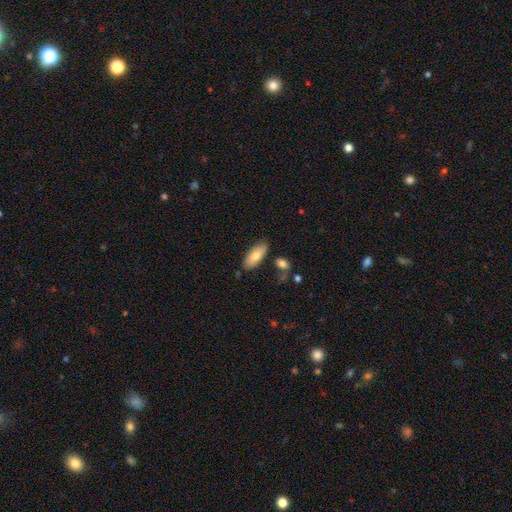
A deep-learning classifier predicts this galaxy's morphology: This is likely a smooth galaxy (77%). How rounded: clearly in between (84%). Merging: likely none (80%).